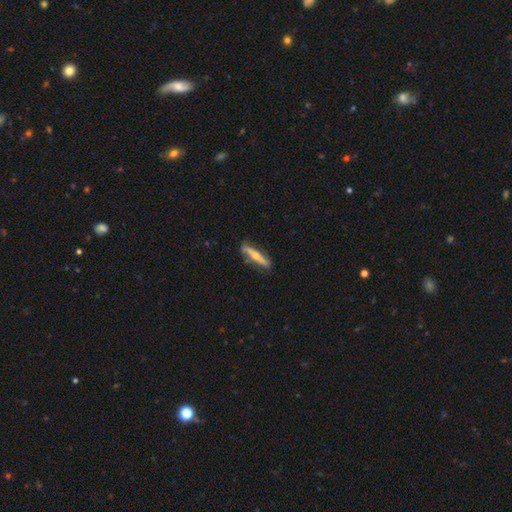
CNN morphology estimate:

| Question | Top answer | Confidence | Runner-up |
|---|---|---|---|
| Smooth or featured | featured or disk | 60% | smooth (35%) |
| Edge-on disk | yes | 83% | no (17%) |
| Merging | none | 79% | minor disturbance (16%) |